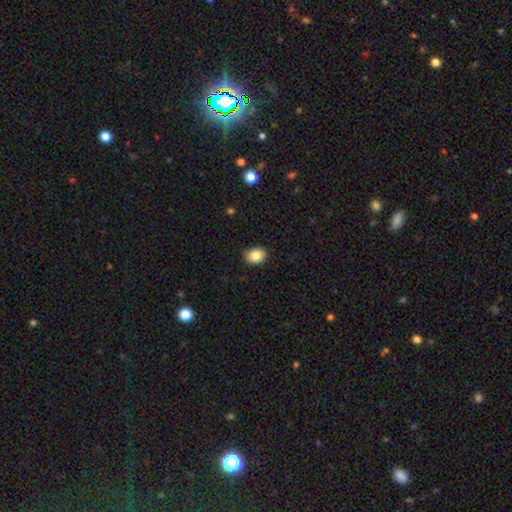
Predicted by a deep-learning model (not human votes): A smooth galaxy with no disk features (85%) that is round (53%).

Vote fractions:
- Smooth or featured? smooth: 85% / star or artifact: 10% / featured or disk: 5%
- How rounded? round: 53% / in between: 46% / cigar-shaped: 1%
- Merging? none: 83% / minor disturbance: 13% / major disturbance: 2% / merger: 1%